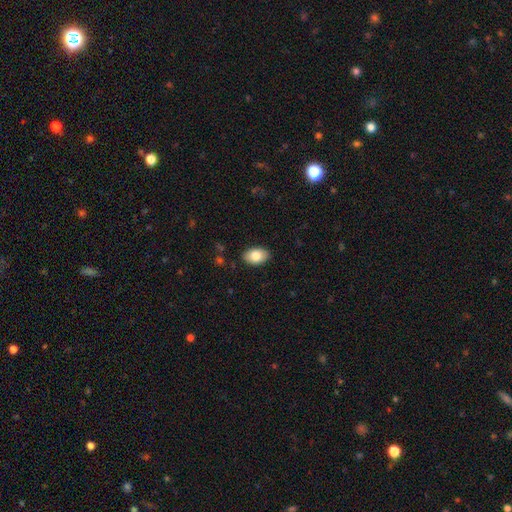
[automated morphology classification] The model was most divided on "smooth or featured": smooth: 82%, featured or disk: 11%, star or artifact: 7%. More confident: how rounded — in between (90%); merging — none (88%).